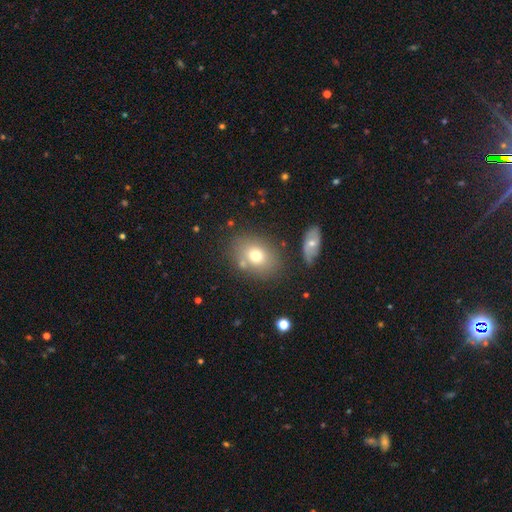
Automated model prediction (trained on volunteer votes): smooth 73%, featured or disk 16%, star or artifact 12%. Down the decision tree: how rounded — in between (60%); merging — none (72%).